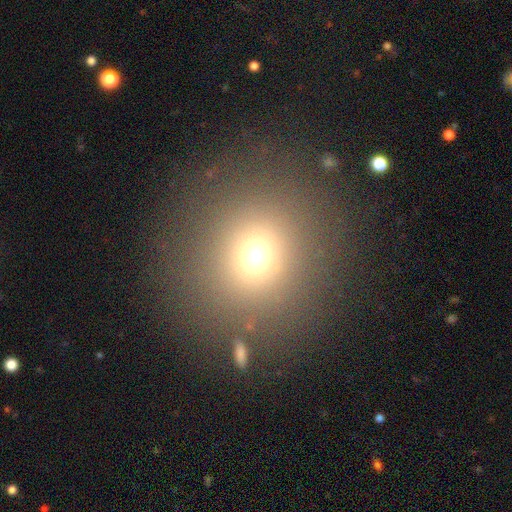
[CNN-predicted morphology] A smooth galaxy with no disk features (67%) that is round (89%).

Vote fractions:
- Smooth or featured? smooth: 67% / star or artifact: 23% / featured or disk: 10%
- How rounded? round: 89% / in between: 10% / cigar-shaped: 1%
- Merging? none: 84% / minor disturbance: 7% / major disturbance: 5% / merger: 4%